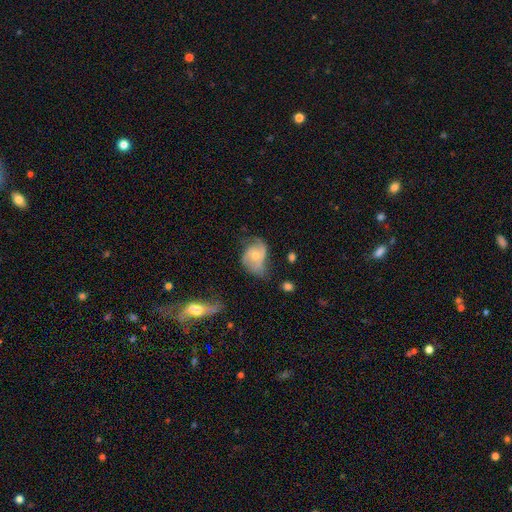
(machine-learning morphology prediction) Smooth or featured? Predicted: featured or disk (p=0.66). Edge-on disk? Predicted: no (p=0.97). Bar? Predicted: no (p=0.73). Spiral arms? Predicted: yes (p=0.86). Spiral winding? Predicted: medium (p=0.42). Spiral arm count? Predicted: 2 (p=0.58). Bulge size? Predicted: small (p=0.53). Merging? Predicted: none (p=0.40).